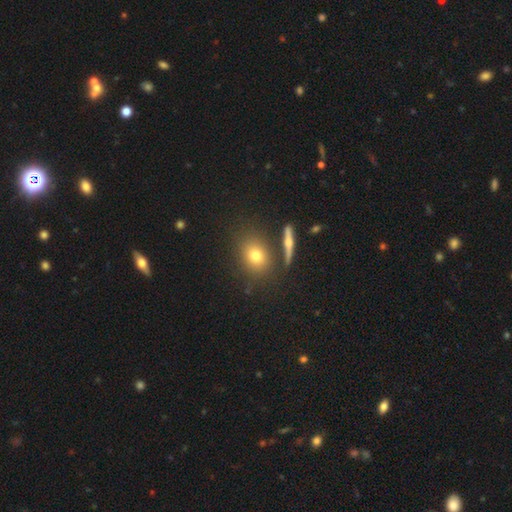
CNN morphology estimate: type=smooth (73%); roundness=round (56%); merging=none (78%).